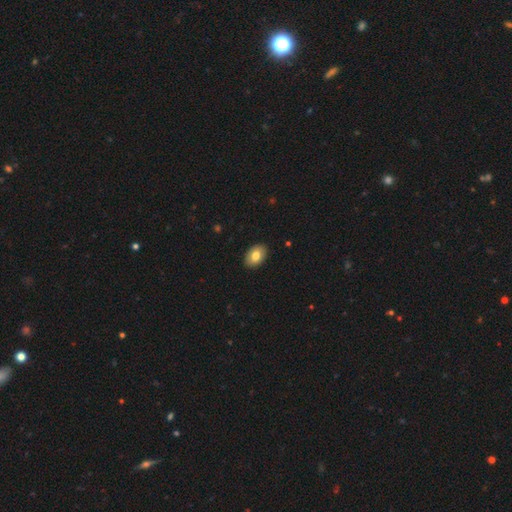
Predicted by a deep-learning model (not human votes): Smooth or featured?
  - smooth: 80% *
  - featured or disk: 13%
  - star or artifact: 7%
How rounded?
  - in between: 87% *
  - round: 12%
  - cigar-shaped: 1%
Merging?
  - none: 90% *
  - minor disturbance: 7%
  - major disturbance: 2%
  - merger: 1%